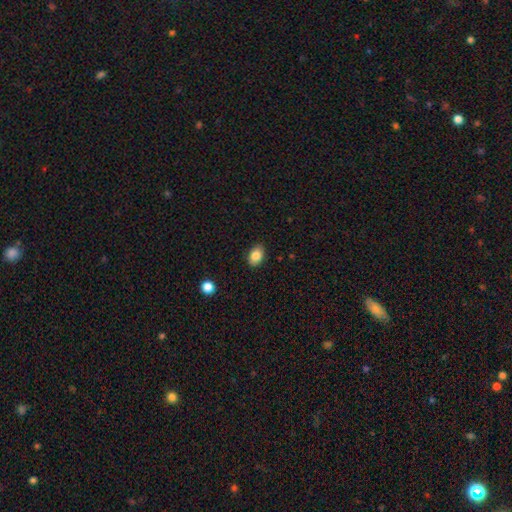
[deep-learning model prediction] Smooth or featured? Predicted: smooth (p=0.84). How rounded? Predicted: in between (p=0.83). Merging? Predicted: none (p=0.87).